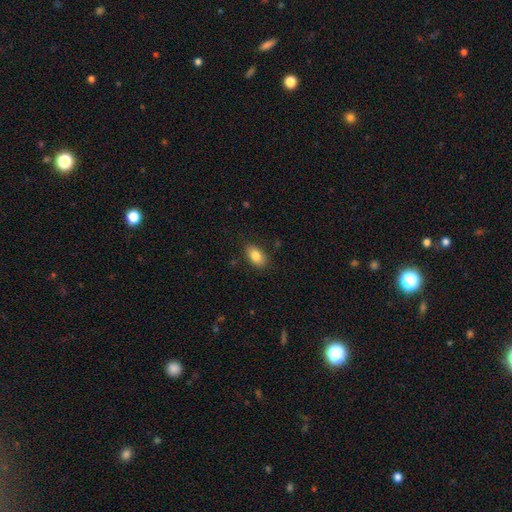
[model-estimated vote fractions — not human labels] Smooth or featured: smooth — 84% (featured or disk — 8%)
How rounded: in between — 91% (round — 7%)
Merging: none — 85% (minor disturbance — 11%)